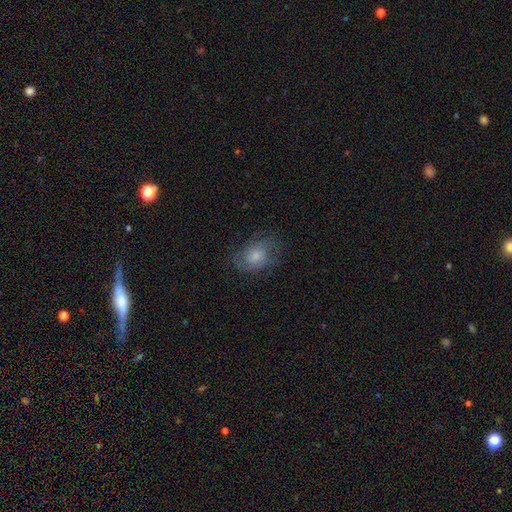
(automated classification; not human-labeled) A smooth galaxy with no disk features (45%).

Vote fractions:
- Smooth or featured? smooth: 45% / featured or disk: 41% / star or artifact: 14%
- Merging? none: 68% / minor disturbance: 20% / major disturbance: 11% / merger: 1%